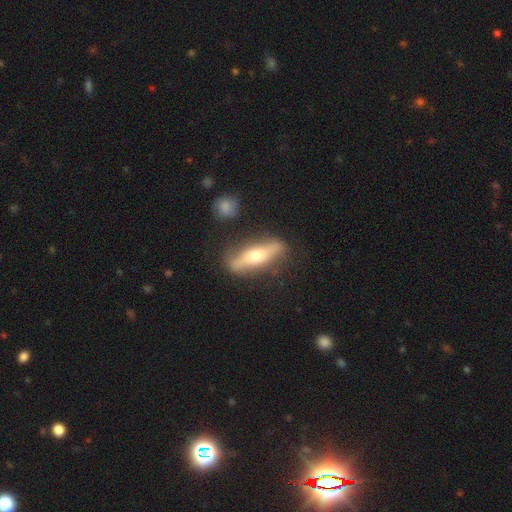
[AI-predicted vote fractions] The model was most divided on "smooth or featured": featured or disk: 59%, smooth: 35%, star or artifact: 6%. More confident: edge-on disk — yes (82%); merging — none (80%).